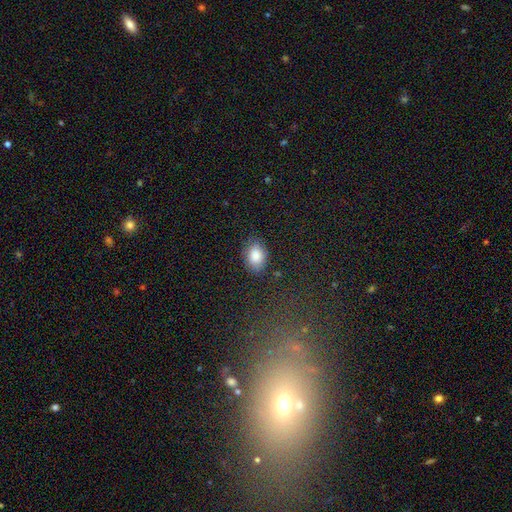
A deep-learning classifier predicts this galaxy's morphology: Q: Smooth or featured?
A: smooth (85%); runner-up: star or artifact (8%)
Q: How rounded?
A: in between (82%); runner-up: round (17%)
Q: Merging?
A: none (80%); runner-up: minor disturbance (15%)